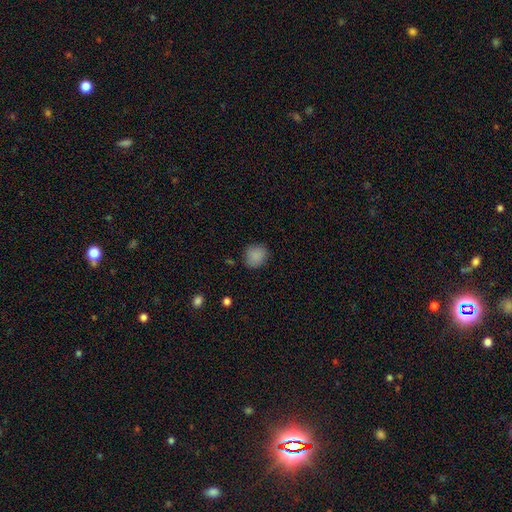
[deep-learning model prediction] A smooth galaxy with no disk features (87%) that is round (76%).

Vote fractions:
- Smooth or featured? smooth: 87% / star or artifact: 9% / featured or disk: 4%
- How rounded? round: 76% / in between: 23% / cigar-shaped: 1%
- Merging? none: 83% / minor disturbance: 13% / major disturbance: 3% / merger: 2%